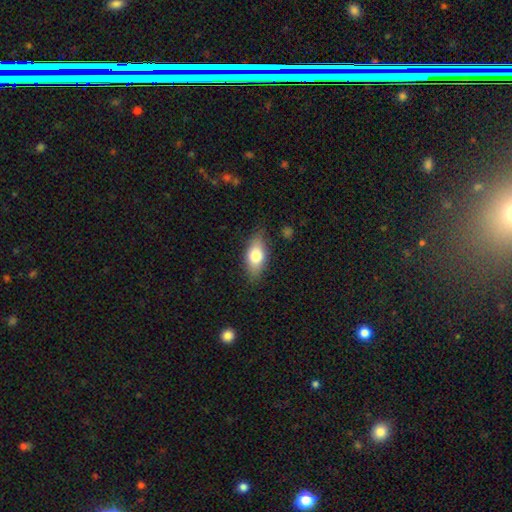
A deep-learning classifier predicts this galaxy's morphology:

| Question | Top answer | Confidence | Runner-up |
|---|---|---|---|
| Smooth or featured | smooth | 74% | featured or disk (20%) |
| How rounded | in between | 83% | cigar-shaped (12%) |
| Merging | none | 81% | minor disturbance (15%) |